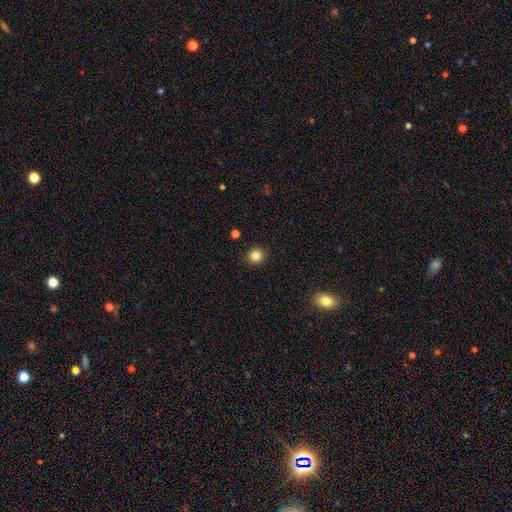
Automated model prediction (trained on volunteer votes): Smooth or featured? Predicted: smooth (p=0.84). How rounded? Predicted: round (p=0.91). Merging? Predicted: none (p=0.92).